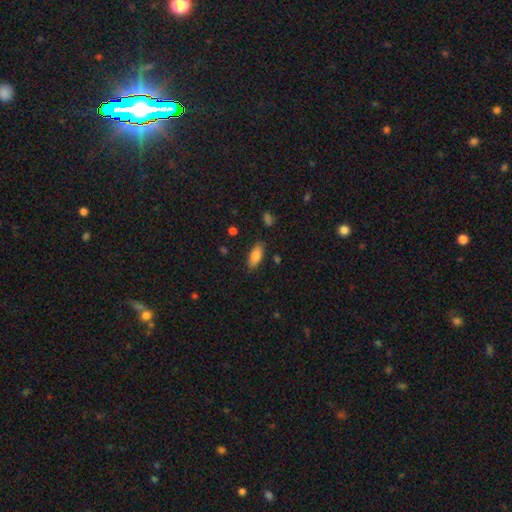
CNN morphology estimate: smooth_or_featured: smooth (p=0.81) [alt: featured or disk p=0.12]
how_rounded: in between (p=0.82) [alt: cigar-shaped p=0.15]
merging: none (p=0.84) [alt: minor disturbance p=0.12]